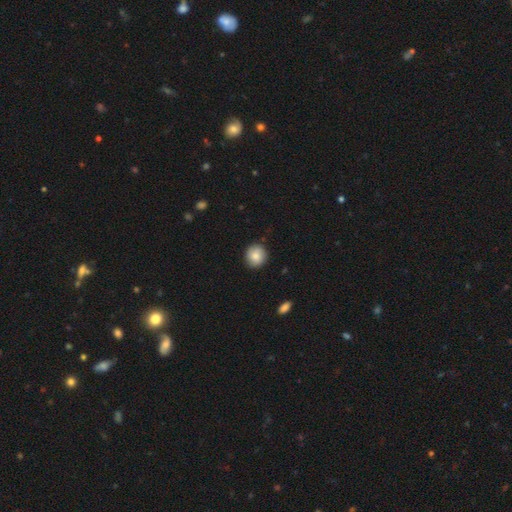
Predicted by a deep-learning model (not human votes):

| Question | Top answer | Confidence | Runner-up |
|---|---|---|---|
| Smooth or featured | smooth | 81% | featured or disk (11%) |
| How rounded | round | 88% | in between (11%) |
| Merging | none | 86% | minor disturbance (11%) |